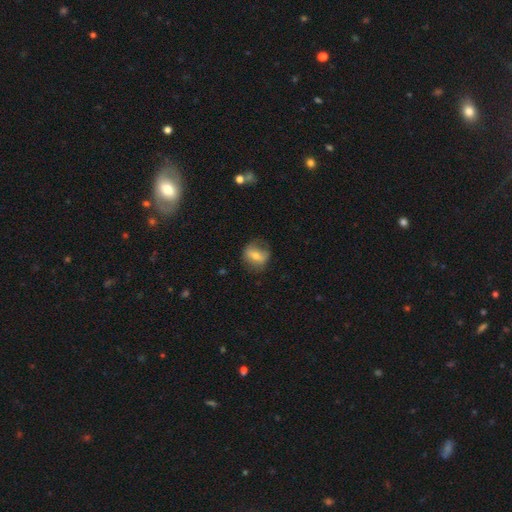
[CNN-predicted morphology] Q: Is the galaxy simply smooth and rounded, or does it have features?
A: smooth — 55%.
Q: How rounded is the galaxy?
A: round — 54%.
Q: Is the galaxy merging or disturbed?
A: none — 67%.